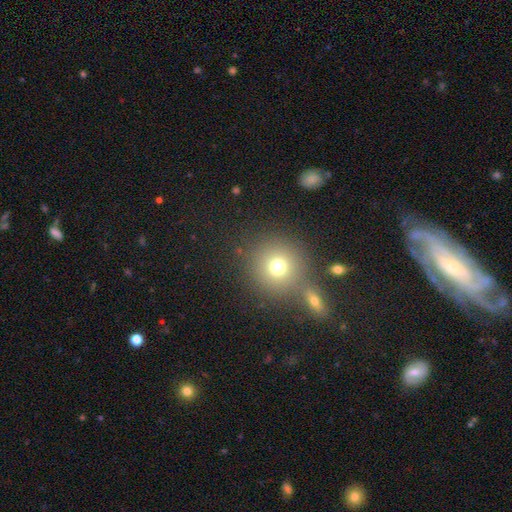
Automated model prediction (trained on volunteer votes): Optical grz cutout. It shows a smooth galaxy with no disk features (51%) that is round (90%). Merging: none (75%).